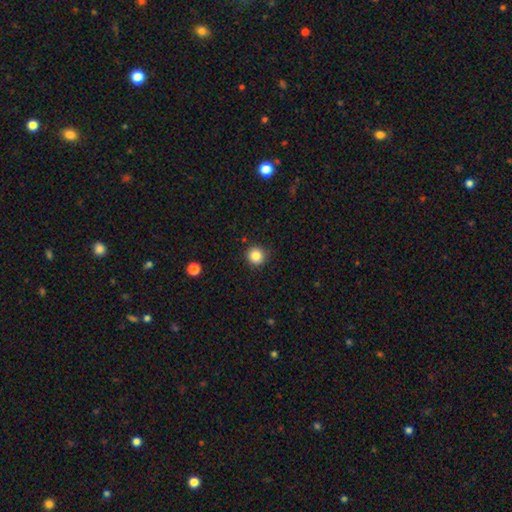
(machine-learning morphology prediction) smooth_or_featured: smooth (p=0.86) [alt: star or artifact p=0.10]
how_rounded: round (p=0.94) [alt: in between p=0.05]
merging: none (p=0.90) [alt: minor disturbance p=0.07]